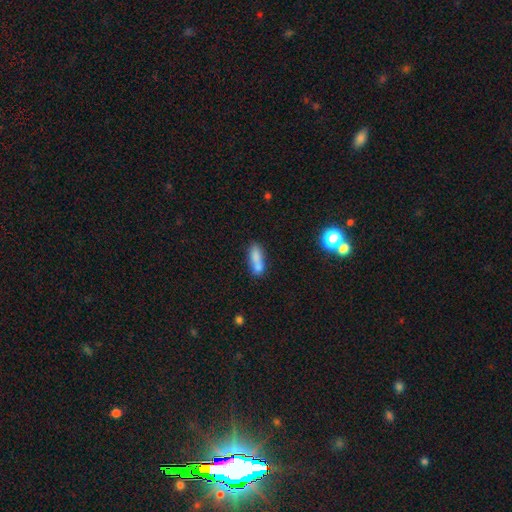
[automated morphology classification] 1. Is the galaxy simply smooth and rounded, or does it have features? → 78% smooth, 13% featured or disk, 9% star or artifact.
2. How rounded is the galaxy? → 50% in between, 47% cigar-shaped, 3% round.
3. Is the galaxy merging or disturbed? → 53% none, 23% merger, 18% minor disturbance, 6% major disturbance.